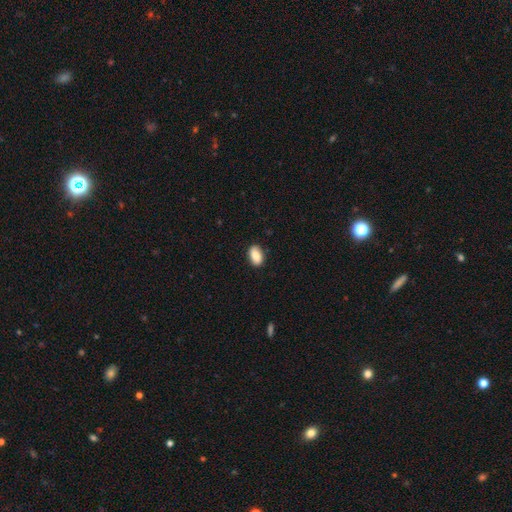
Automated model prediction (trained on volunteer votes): Q: Smooth or featured?
A: smooth (87%); runner-up: star or artifact (7%)
Q: How rounded?
A: in between (91%); runner-up: round (6%)
Q: Merging?
A: none (84%); runner-up: minor disturbance (12%)